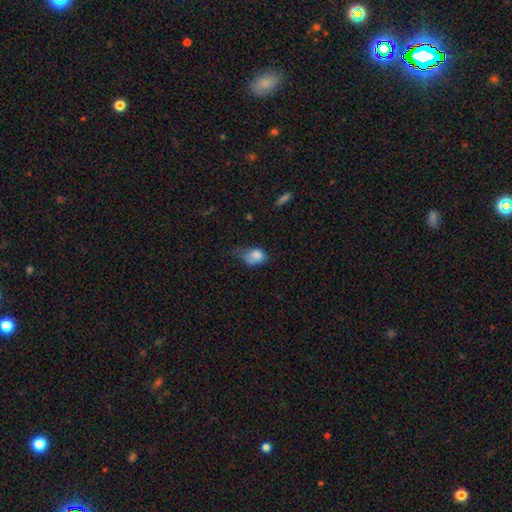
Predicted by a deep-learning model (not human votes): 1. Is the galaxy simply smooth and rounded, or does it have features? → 79% smooth, 12% featured or disk, 9% star or artifact.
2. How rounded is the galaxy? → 71% in between, 27% round, 2% cigar-shaped.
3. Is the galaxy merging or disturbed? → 40% minor disturbance, 31% major disturbance, 24% none, 4% merger.